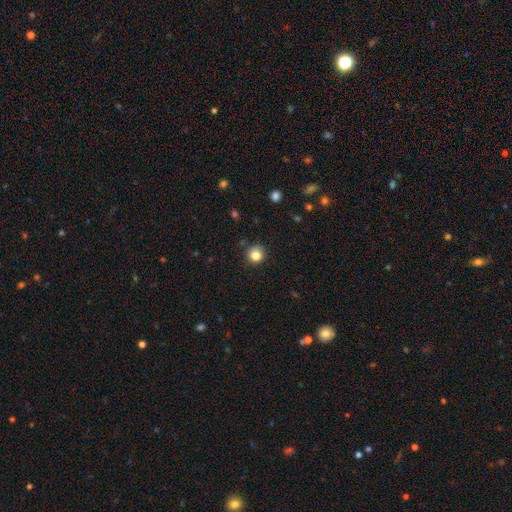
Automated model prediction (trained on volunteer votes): This is clearly a smooth galaxy (82%). How rounded: clearly round (90%). Merging: clearly none (82%).